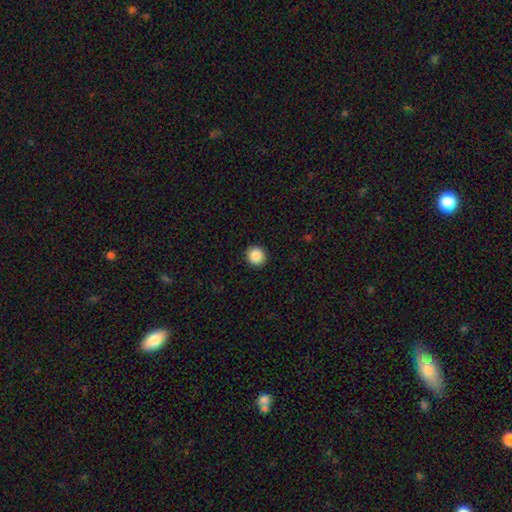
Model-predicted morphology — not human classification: A smooth galaxy with no disk features (87%) that is round (93%). Merging: none (93%).